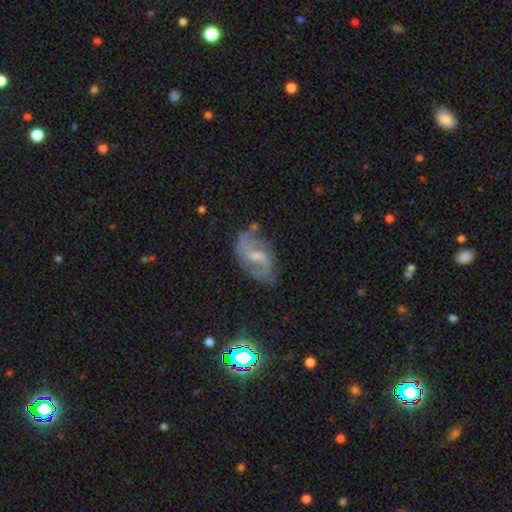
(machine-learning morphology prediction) Smooth or featured? Predicted: featured or disk (p=0.80). Edge-on disk? Predicted: no (p=0.97). Bar? Predicted: weak (p=0.59). Spiral arms? Predicted: yes (p=0.92). Spiral winding? Predicted: medium (p=0.45). Spiral arm count? Predicted: 2 (p=0.82). Bulge size? Predicted: small (p=0.42). Merging? Predicted: none (p=0.62).